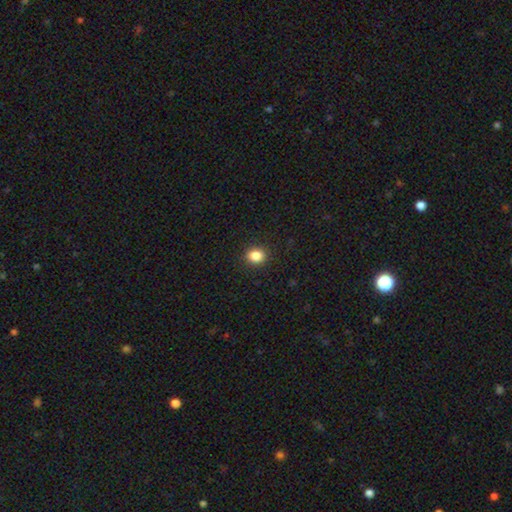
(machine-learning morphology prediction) Overall: smooth (86%). How rounded: round (62%; in between 37%). Merging: none (91%).